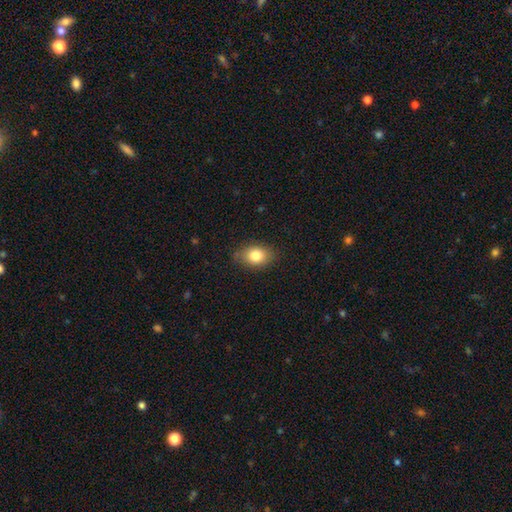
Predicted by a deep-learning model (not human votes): smooth_or_featured: smooth (p=0.82) [alt: featured or disk p=0.09]
how_rounded: in between (p=0.73) [alt: round p=0.25]
merging: none (p=0.81) [alt: minor disturbance p=0.15]